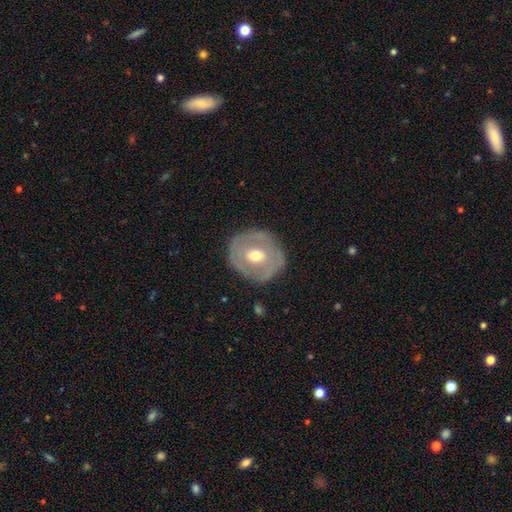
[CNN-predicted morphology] Q: Smooth or featured?
A: featured or disk (58%); runner-up: smooth (36%)
Q: Edge-on disk?
A: no (95%); runner-up: yes (5%)
Q: Bar?
A: no (66%); runner-up: weak (26%)
Q: Spiral arms?
A: no (69%); runner-up: yes (31%)
Q: Bulge size?
A: moderate (73%); runner-up: small (20%)
Q: Merging?
A: none (78%); runner-up: minor disturbance (15%)